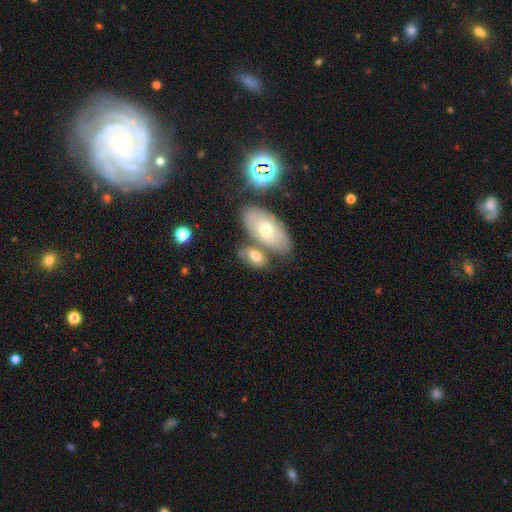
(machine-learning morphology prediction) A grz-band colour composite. It shows a smooth galaxy with no disk features (64%) that is in between round and cigar-shaped (88%). Merging: none (46%).